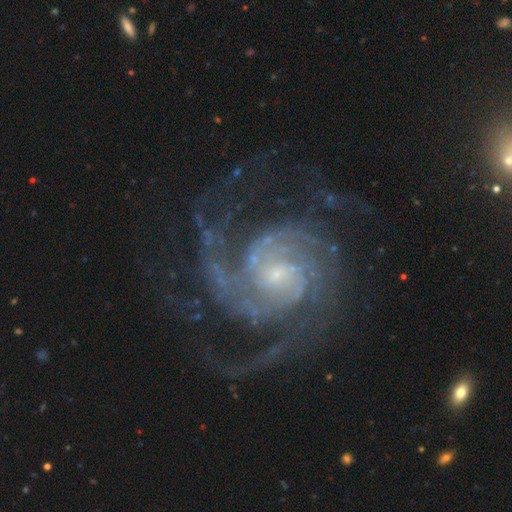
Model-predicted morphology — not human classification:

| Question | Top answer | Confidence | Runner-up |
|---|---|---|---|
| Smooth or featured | featured or disk | 92% | star or artifact (5%) |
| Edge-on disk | no | 98% | yes (2%) |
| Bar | no | 47% | weak (41%) |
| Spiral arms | yes | 98% | no (2%) |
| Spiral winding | tight | 54% | medium (39%) |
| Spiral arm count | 2 | 34% | 3 (25%) |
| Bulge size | small | 69% | moderate (22%) |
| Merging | none | 70% | minor disturbance (15%) |